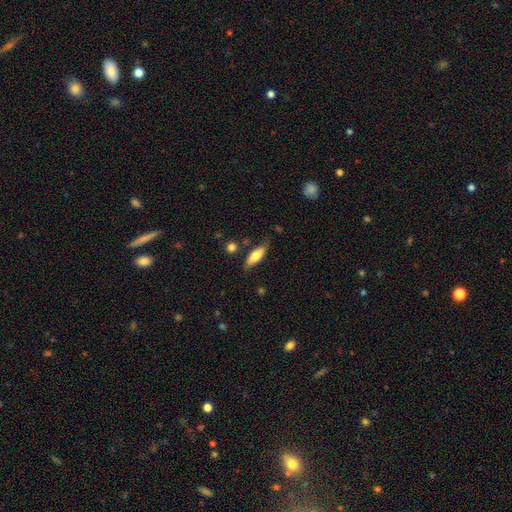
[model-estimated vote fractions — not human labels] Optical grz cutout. It shows a smooth galaxy with no disk features (68%) that is in between round and cigar-shaped (65%). Merging: none (72%).